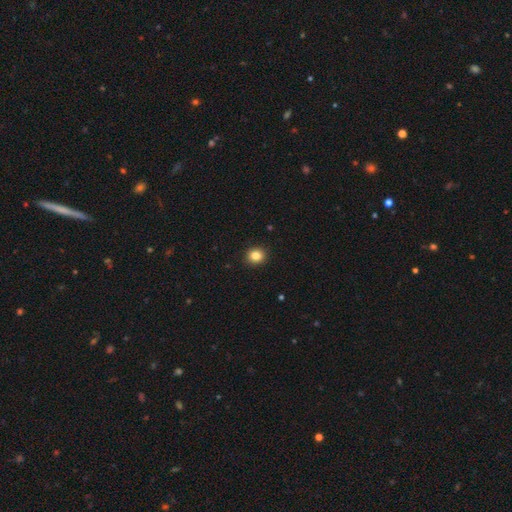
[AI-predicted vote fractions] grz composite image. It shows a smooth galaxy with no disk features (84%) that is round (81%). Merging: none (92%).